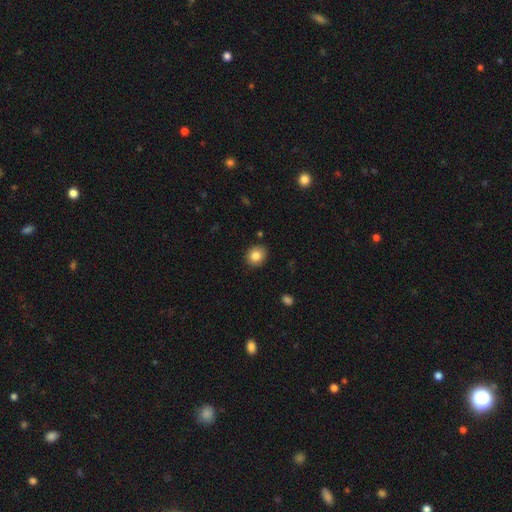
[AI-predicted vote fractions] Smooth or featured? Predicted: smooth (p=0.83). How rounded? Predicted: round (p=0.74). Merging? Predicted: none (p=0.89).